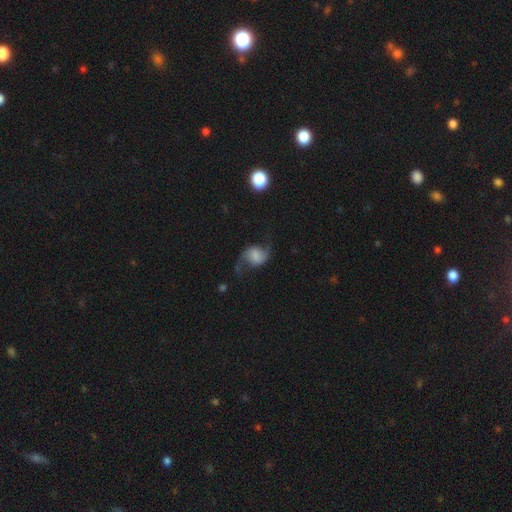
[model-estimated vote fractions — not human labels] A featured or disk galaxy (73%) with no bar (51%), 2 (93%) loose (80%) spiral arms (95%) and no central bulge (38%).

Vote fractions:
- Smooth or featured? featured or disk: 73% / smooth: 19% / star or artifact: 8%
- Edge-on disk? no: 97% / yes: 3%
- Bar? no: 51% / weak: 37% / strong: 12%
- Spiral arms? yes: 95% / no: 5%
- Spiral winding? loose: 80% / medium: 17% / tight: 4%
- Spiral arm count? 2: 93% / 1: 2% / can't tell: 2% / 3: 1% / 4: 1% / more than 4: 1%
- Bulge size? none: 38% / large: 18% / small: 18% / moderate: 15% / dominant: 11%
- Merging? none: 68% / minor disturbance: 17% / major disturbance: 12% / merger: 3%